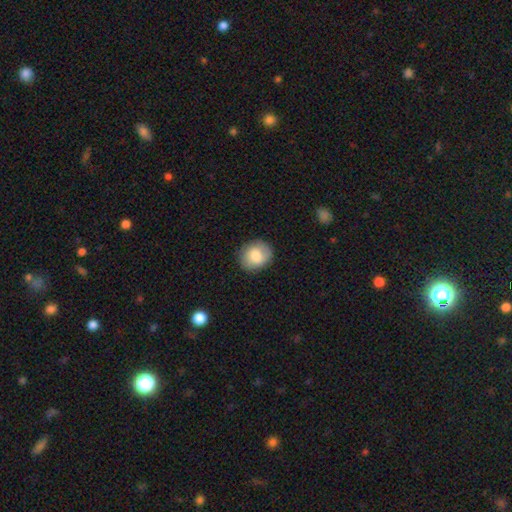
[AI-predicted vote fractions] smooth_or_featured: smooth (p=0.77) [alt: featured or disk p=0.16]
how_rounded: round (p=0.71) [alt: in between p=0.28]
merging: none (p=0.84) [alt: minor disturbance p=0.12]